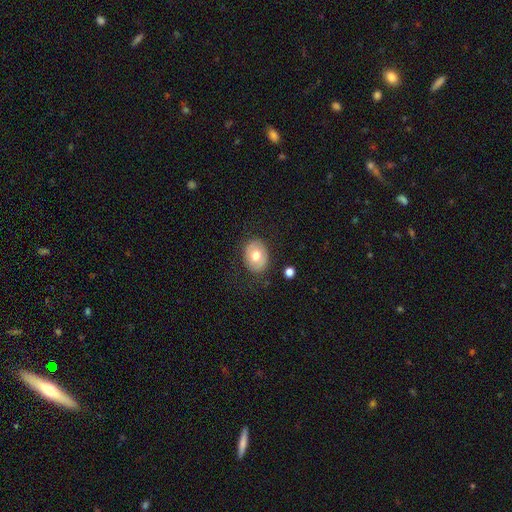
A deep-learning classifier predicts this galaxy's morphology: A smooth galaxy with no disk features (69%) that is in between round and cigar-shaped (64%). Merging: none (83%).